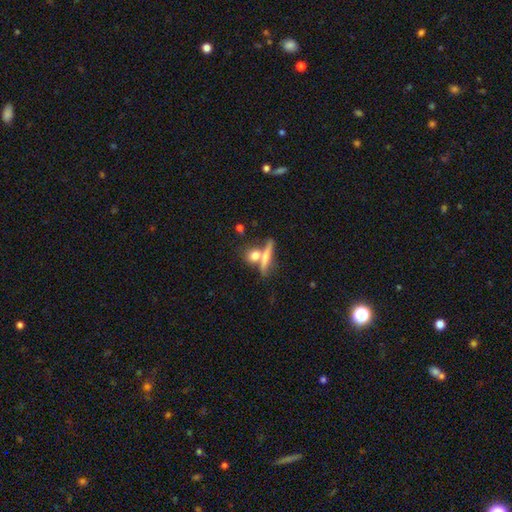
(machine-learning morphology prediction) Smooth or featured: smooth — 63% (featured or disk — 28%)
How rounded: round — 47% (cigar-shaped — 30%)
Merging: none — 52% (merger — 34%)